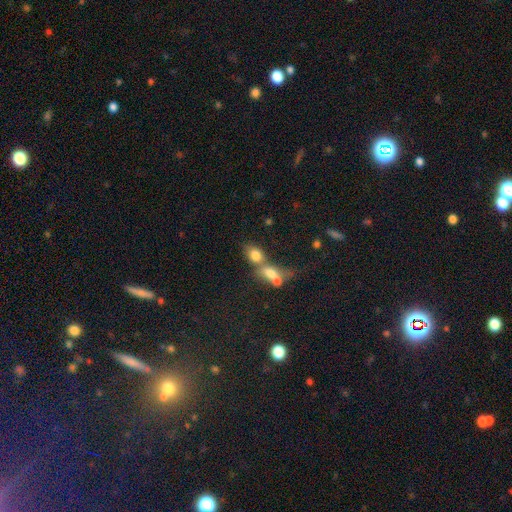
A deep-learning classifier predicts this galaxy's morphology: A smooth galaxy with no disk features (76%) that is in between round and cigar-shaped (67%). Merging: merger (55%).